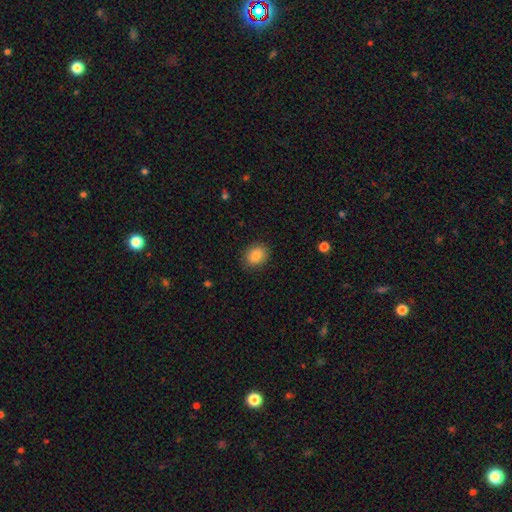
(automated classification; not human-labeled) The model was most divided on "how rounded": in between: 50%, round: 49%, cigar-shaped: 1%. More confident: merging — none (87%); smooth or featured — smooth (86%).